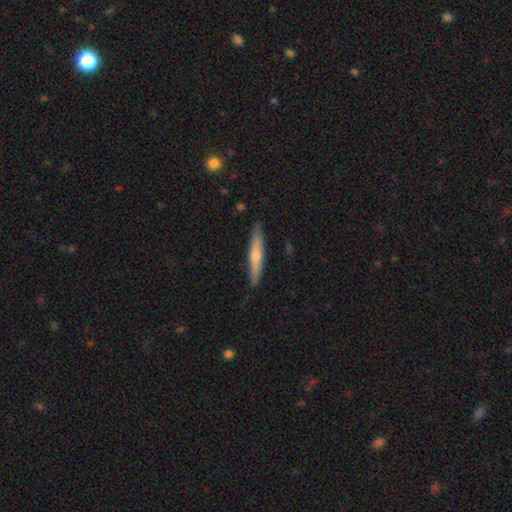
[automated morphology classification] smooth-or-featured: smooth: 48% | featured or disk: 47% | star or artifact: 6%
  merging: none: 88% | minor disturbance: 9% | major disturbance: 2% | merger: 1%